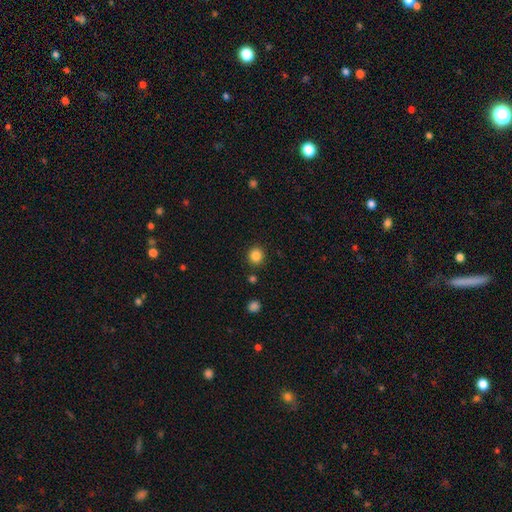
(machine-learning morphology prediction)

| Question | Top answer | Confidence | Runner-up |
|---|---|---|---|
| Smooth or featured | smooth | 85% | star or artifact (11%) |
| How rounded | round | 89% | in between (10%) |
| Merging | none | 89% | minor disturbance (6%) |